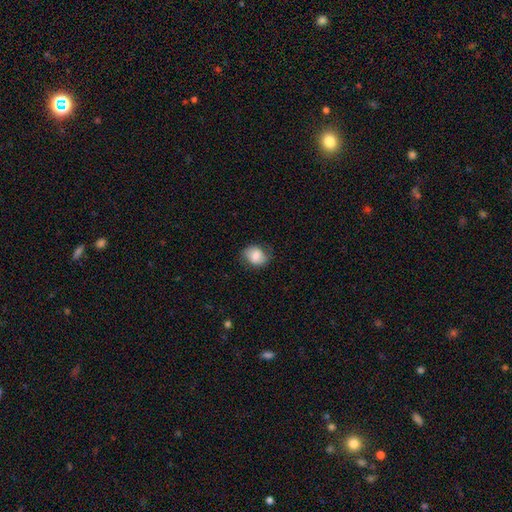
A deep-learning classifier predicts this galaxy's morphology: Smooth or featured?
  - smooth: 77% *
  - featured or disk: 15%
  - star or artifact: 8%
How rounded?
  - in between: 52% *
  - round: 47%
  - cigar-shaped: 1%
Merging?
  - none: 74% *
  - minor disturbance: 20%
  - major disturbance: 6%
  - merger: 1%